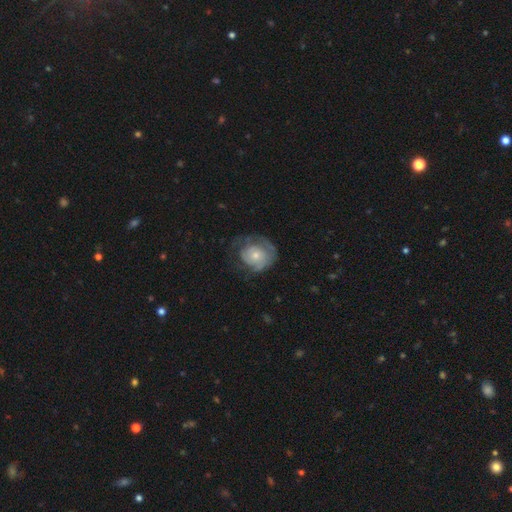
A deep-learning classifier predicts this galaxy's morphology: The model was most divided on "bulge size": small: 50%, moderate: 43%, large: 4%, none: 2%, dominant: 1%. Remaining: edge-on disk — no (97%); bar — no (84%); spiral arms — yes (64%); smooth or featured — featured or disk (53%); merging — none (48%).